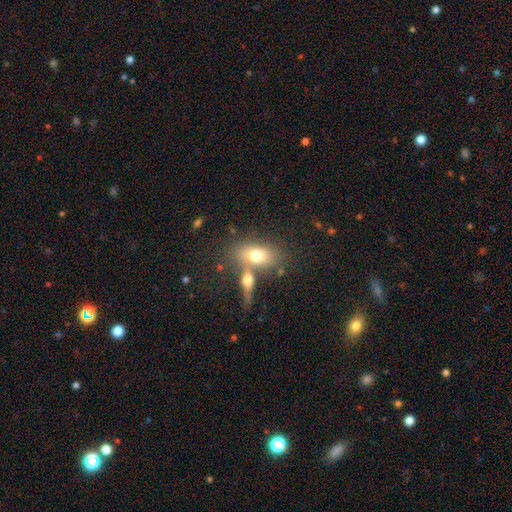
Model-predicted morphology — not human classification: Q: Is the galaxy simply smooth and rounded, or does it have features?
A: smooth — 68%.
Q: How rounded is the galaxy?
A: in between — 82%.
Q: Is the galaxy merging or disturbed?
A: none — 45%.